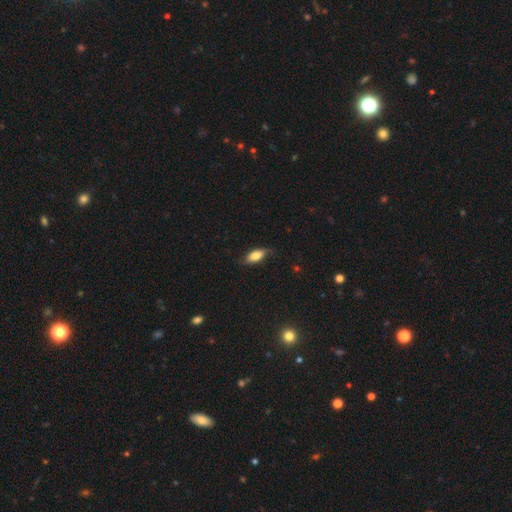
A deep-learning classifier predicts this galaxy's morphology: A smooth galaxy with no disk features (71%) that is in between round and cigar-shaped (83%). Merging: none (68%).